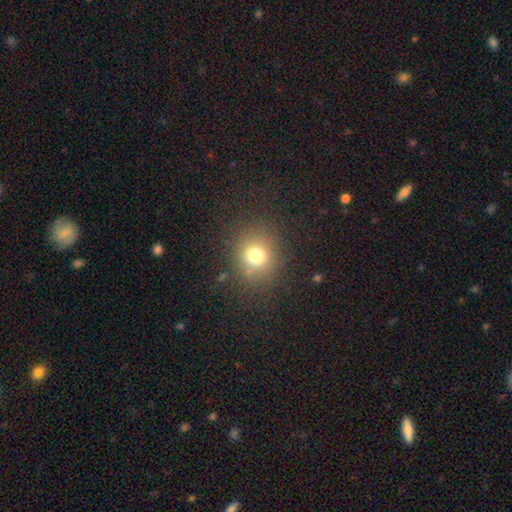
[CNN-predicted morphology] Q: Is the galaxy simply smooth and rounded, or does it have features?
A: smooth — 74%.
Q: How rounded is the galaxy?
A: round — 76%.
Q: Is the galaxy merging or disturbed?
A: none — 81%.